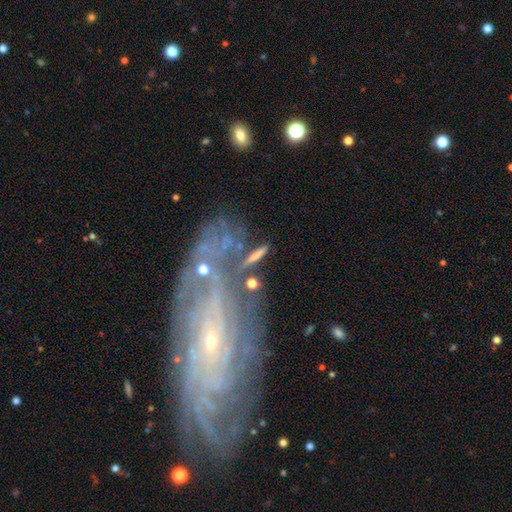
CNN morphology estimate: type=smooth (57%); roundness=cigar-shaped (70%); merging=none (68%).